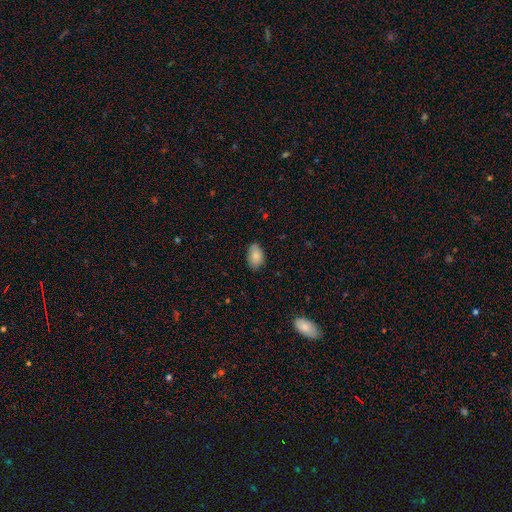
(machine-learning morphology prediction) A smooth galaxy with no disk features (86%) that is in between round and cigar-shaped (90%). Merging: none (81%).